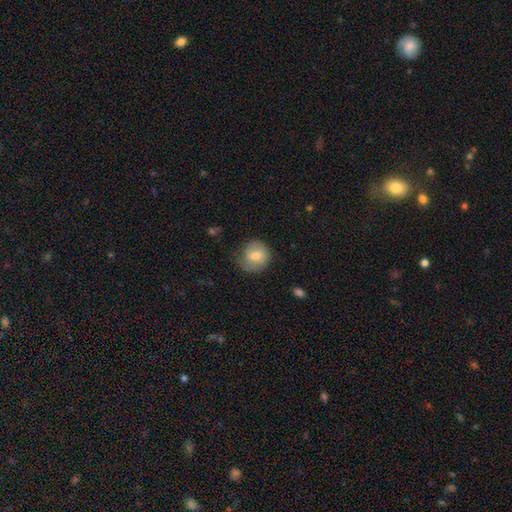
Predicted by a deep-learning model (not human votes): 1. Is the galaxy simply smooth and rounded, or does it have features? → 68% smooth, 24% featured or disk, 7% star or artifact.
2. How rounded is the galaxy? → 85% round, 14% in between, 1% cigar-shaped.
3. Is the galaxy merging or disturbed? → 66% none, 24% minor disturbance, 8% major disturbance, 1% merger.